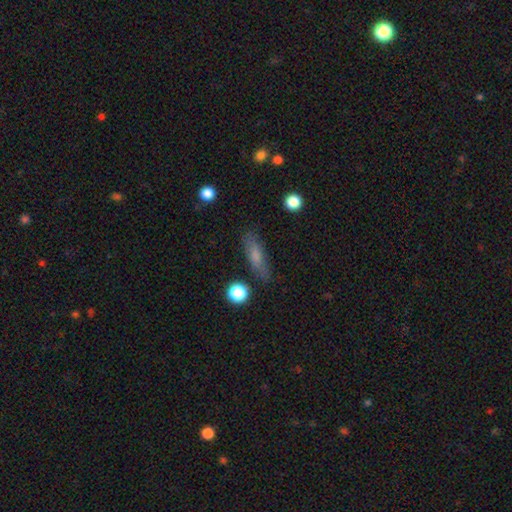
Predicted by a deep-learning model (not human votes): This is likely a smooth galaxy (69%). How rounded: possibly cigar-shaped (58%). Merging: likely none (78%).